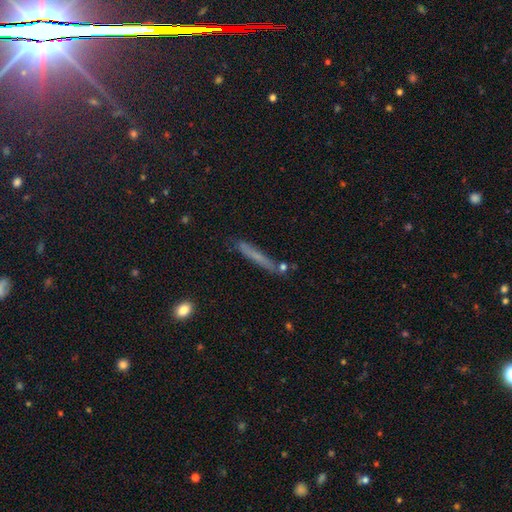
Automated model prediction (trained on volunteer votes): Morphology: type=smooth (57%); roundness=cigar-shaped (95%); merging=none (81%).